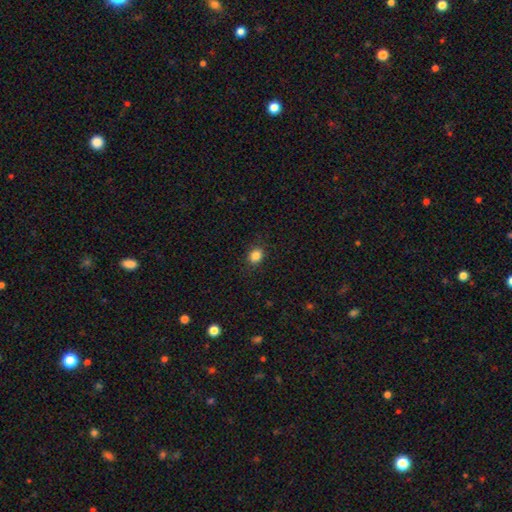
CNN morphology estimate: Smooth or featured?
  - smooth: 84% *
  - star or artifact: 11%
  - featured or disk: 4%
How rounded?
  - round: 59% *
  - in between: 40%
  - cigar-shaped: 1%
Merging?
  - none: 88% *
  - minor disturbance: 9%
  - major disturbance: 2%
  - merger: 1%